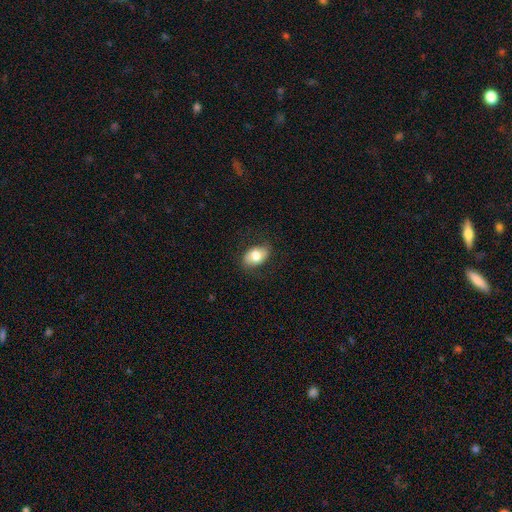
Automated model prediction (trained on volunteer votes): smooth 74%, featured or disk 18%, star or artifact 7%. Down the decision tree: how rounded — in between (87%); merging — none (78%).